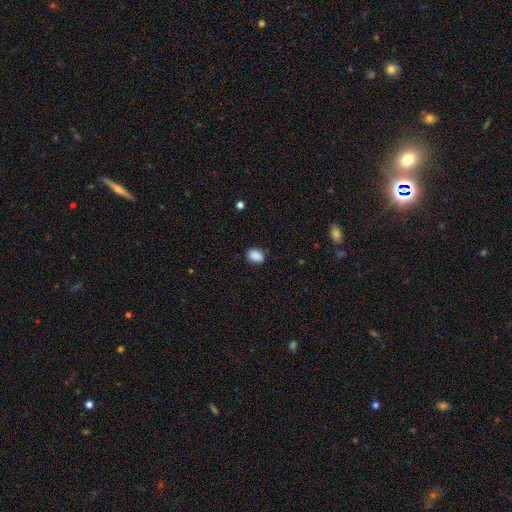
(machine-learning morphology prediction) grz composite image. It shows a smooth galaxy with no disk features (89%) that is in between round and cigar-shaped (78%). Merging: none (83%).